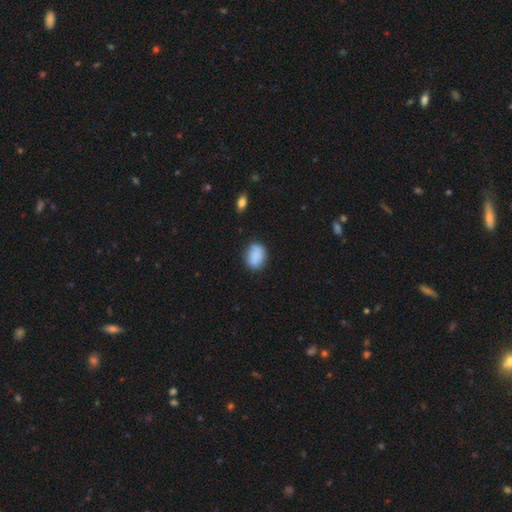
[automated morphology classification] A smooth galaxy with no disk features (85%) that is in between round and cigar-shaped (64%).

Vote fractions:
- Smooth or featured? smooth: 85% / featured or disk: 8% / star or artifact: 7%
- How rounded? in between: 64% / round: 35% / cigar-shaped: 1%
- Merging? none: 75% / minor disturbance: 19% / major disturbance: 4% / merger: 2%